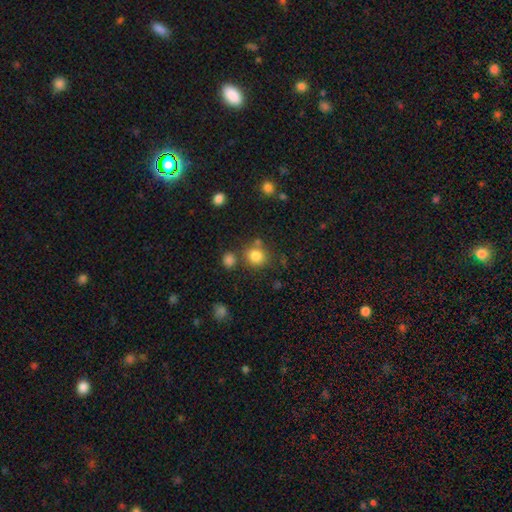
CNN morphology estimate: A smooth galaxy with no disk features (82%) that is round (84%). Merging: none (72%).